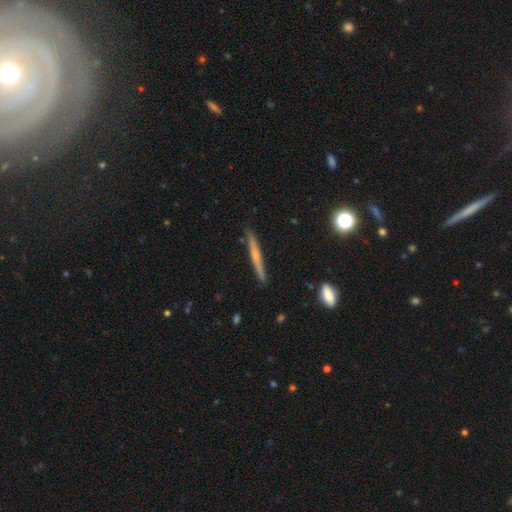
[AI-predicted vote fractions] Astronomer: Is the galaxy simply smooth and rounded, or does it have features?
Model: featured or disk — 54% (runner-up: smooth, 39%).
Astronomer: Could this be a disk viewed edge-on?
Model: yes — 96%.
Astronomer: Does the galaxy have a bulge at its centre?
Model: rounded — 52% (runner-up: none, 42%).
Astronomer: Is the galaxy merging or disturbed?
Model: none — 89%.